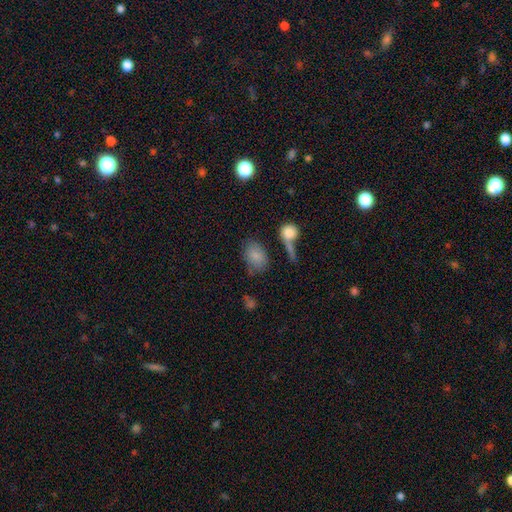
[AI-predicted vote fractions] The model was most divided on "merging": none: 61%, minor disturbance: 18%, merger: 12%, major disturbance: 9%. More confident: smooth or featured — smooth (81%); how rounded — in between (80%).